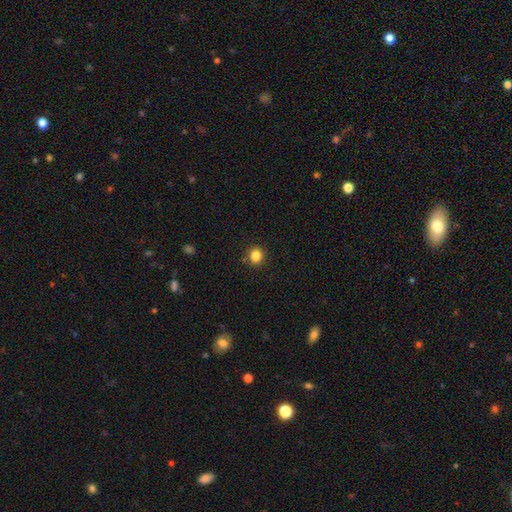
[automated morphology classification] This appears to be a smooth galaxy with no disk features (83%) that is round (88%). Merging: none (90%).